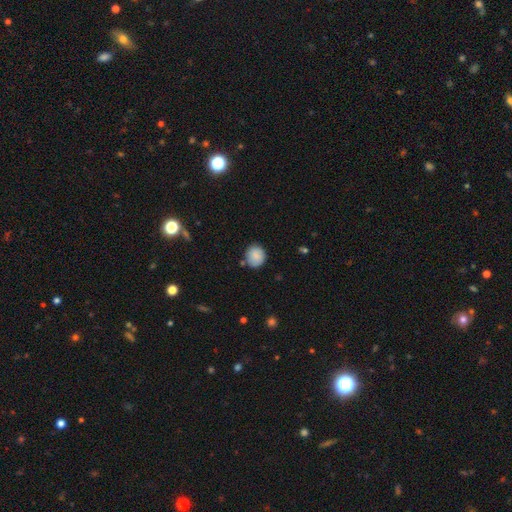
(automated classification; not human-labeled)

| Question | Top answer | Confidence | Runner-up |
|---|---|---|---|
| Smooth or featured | smooth | 86% | star or artifact (8%) |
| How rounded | round | 85% | in between (14%) |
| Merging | none | 78% | minor disturbance (15%) |